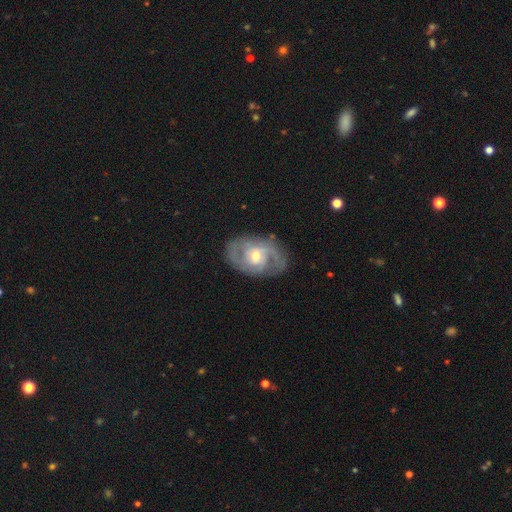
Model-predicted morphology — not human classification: Smooth or featured? Predicted: featured or disk (p=0.84). Edge-on disk? Predicted: no (p=0.96). Bar? Predicted: no (p=0.58). Spiral arms? Predicted: yes (p=0.92). Spiral winding? Predicted: medium (p=0.44). Spiral arm count? Predicted: 2 (p=0.67). Bulge size? Predicted: moderate (p=0.55). Merging? Predicted: none (p=0.78).